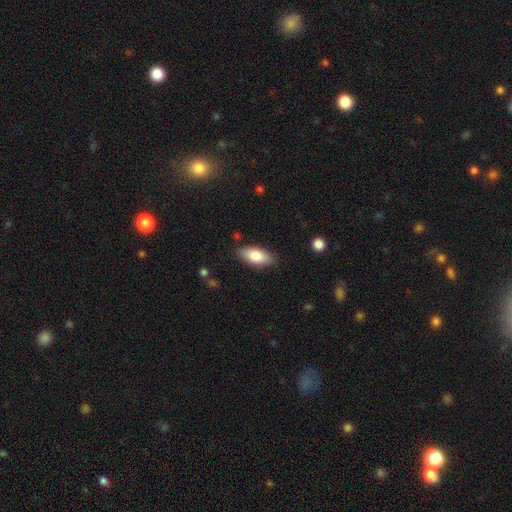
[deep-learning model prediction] Smooth or featured: smooth — 79% (featured or disk — 15%)
How rounded: in between — 85% (cigar-shaped — 12%)
Merging: none — 85% (minor disturbance — 11%)